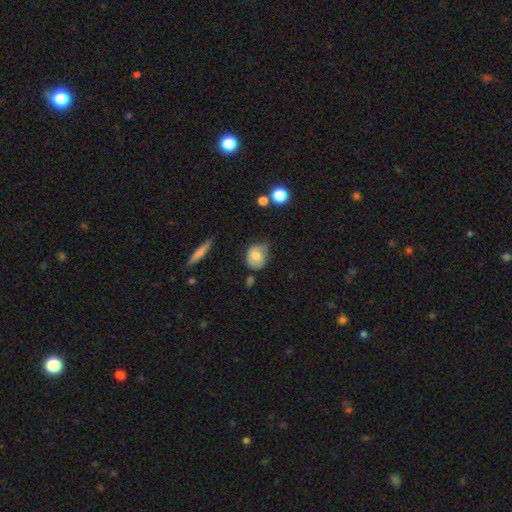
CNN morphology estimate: Q: Smooth or featured?
A: smooth (72%); runner-up: featured or disk (20%)
Q: How rounded?
A: round (49%); tied with: in between (49%)
Q: Merging?
A: none (55%); runner-up: minor disturbance (33%)